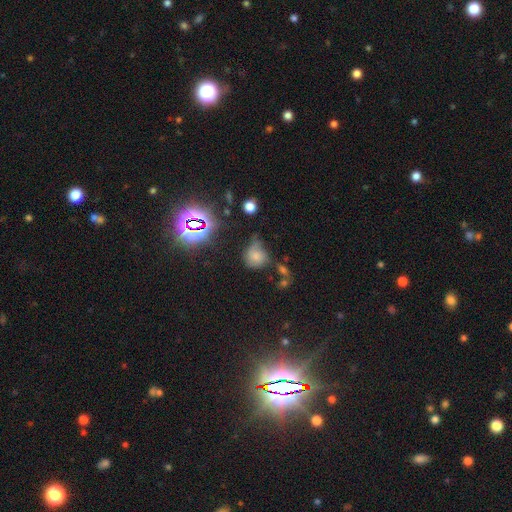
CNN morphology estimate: The model was most divided on "merging": none: 36%, minor disturbance: 33%, major disturbance: 21%, merger: 10%. More confident: how rounded — round (72%); smooth or featured — smooth (62%).